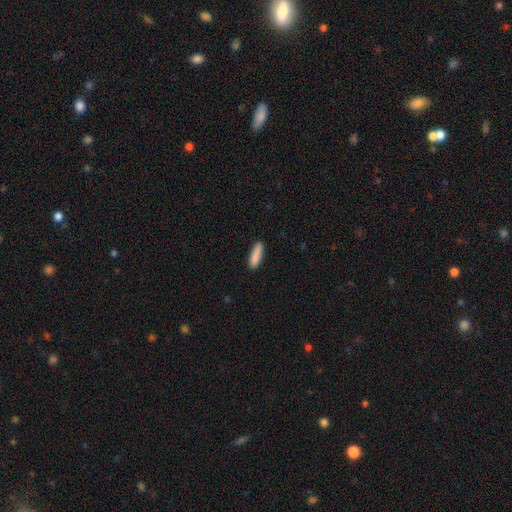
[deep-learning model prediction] Smooth or featured? smooth (88%)
How rounded? cigar-shaped (61%)
Merging? none (84%)